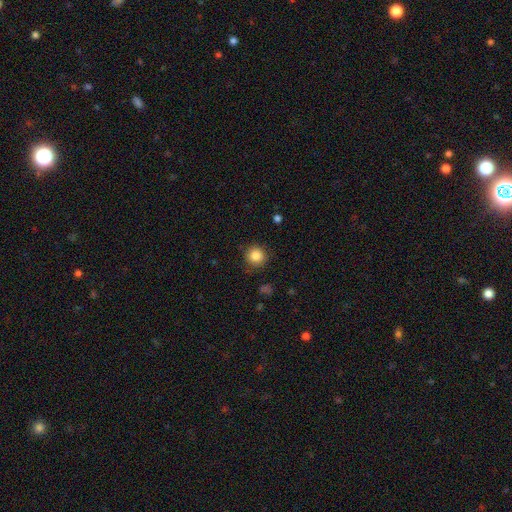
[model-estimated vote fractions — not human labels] Morphology: type=smooth (85%); roundness=round (93%); merging=none (87%).